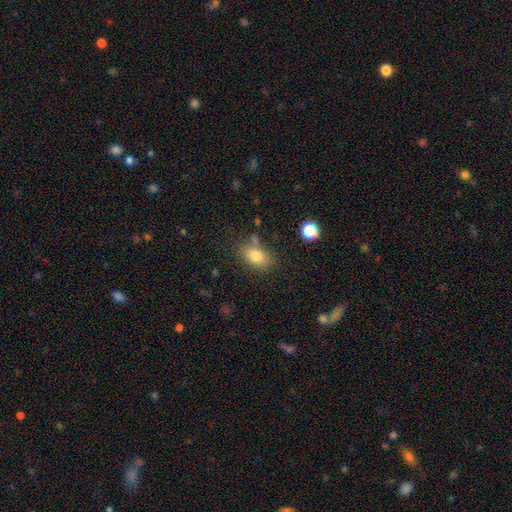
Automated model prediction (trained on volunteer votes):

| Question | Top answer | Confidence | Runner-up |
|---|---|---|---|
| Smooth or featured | smooth | 80% | featured or disk (10%) |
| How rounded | in between | 85% | round (13%) |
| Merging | none | 70% | minor disturbance (17%) |